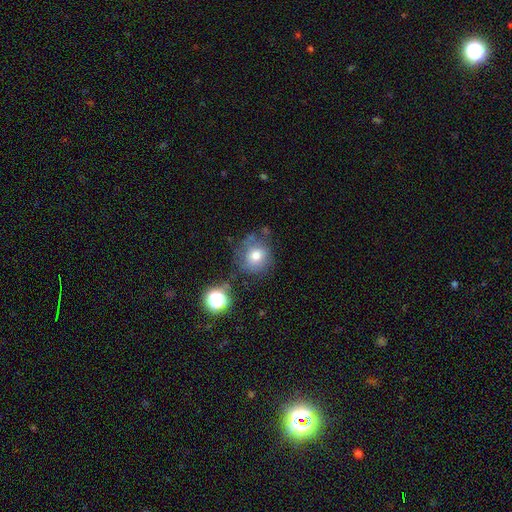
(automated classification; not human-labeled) smooth_or_featured: smooth (p=0.72) [alt: featured or disk p=0.15]
how_rounded: round (p=0.86) [alt: in between p=0.13]
merging: none (p=0.65) [alt: minor disturbance p=0.20]